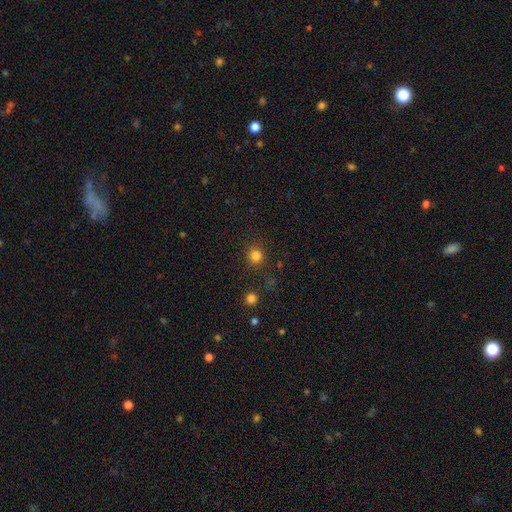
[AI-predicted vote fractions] Morphology: type=smooth (82%); roundness=round (92%); merging=none (88%).